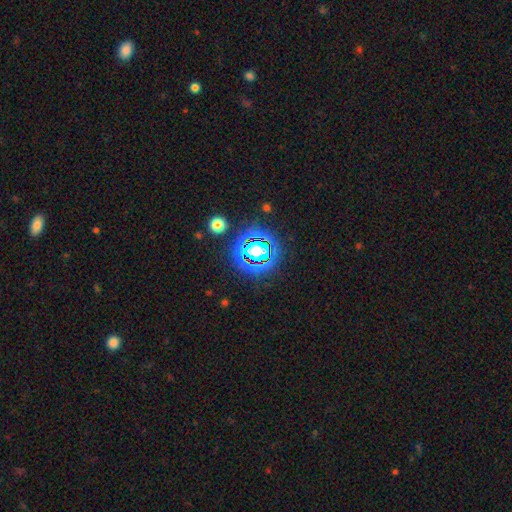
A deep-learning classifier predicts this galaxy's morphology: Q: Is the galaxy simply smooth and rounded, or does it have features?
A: star or artifact — 71%.